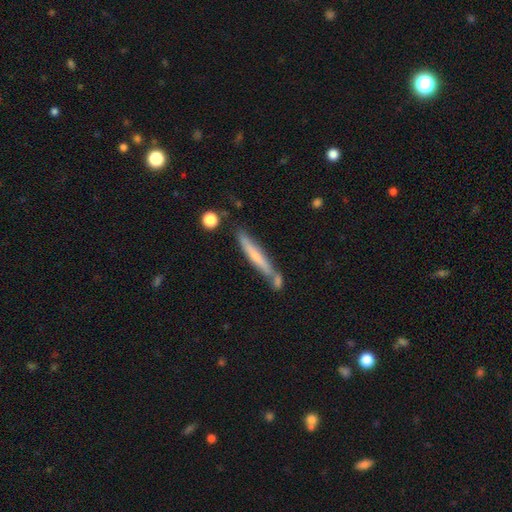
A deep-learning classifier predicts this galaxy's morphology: Smooth or featured: smooth — 51% (featured or disk — 42%)
How rounded: cigar-shaped — 94% (in between — 4%)
Merging: none — 64% (merger — 17%)